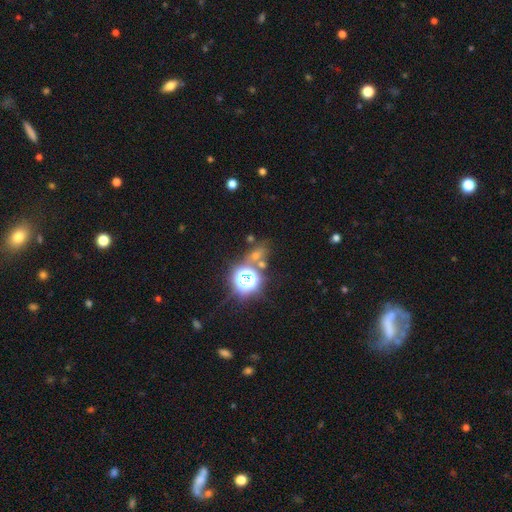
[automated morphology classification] smooth_or_featured: star or artifact (p=0.57) [alt: smooth p=0.33]